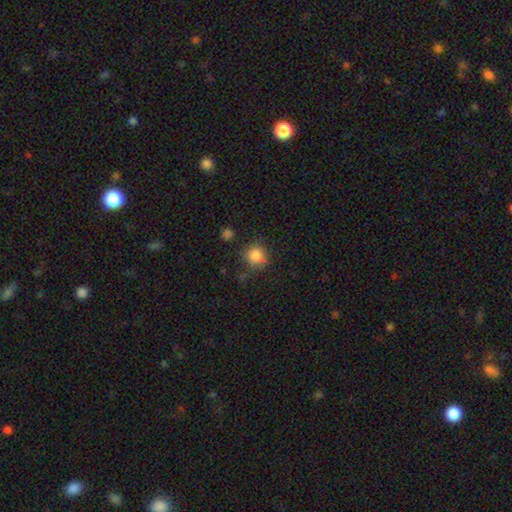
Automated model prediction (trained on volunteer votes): smooth-or-featured: smooth: 83% | star or artifact: 11% | featured or disk: 5%
  how-rounded: round: 88% | in between: 11% | cigar-shaped: 1%
  merging: none: 75% | minor disturbance: 16% | major disturbance: 5% | merger: 5%